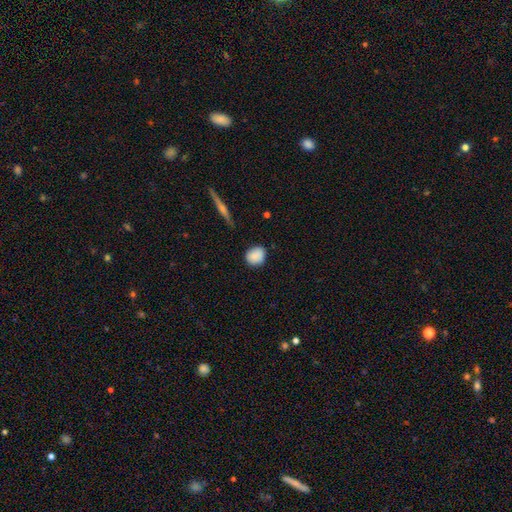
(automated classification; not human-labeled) smooth-or-featured: smooth: 87% | star or artifact: 8% | featured or disk: 5%
  how-rounded: round: 74% | in between: 24% | cigar-shaped: 2%
  merging: none: 81% | minor disturbance: 14% | major disturbance: 3% | merger: 1%